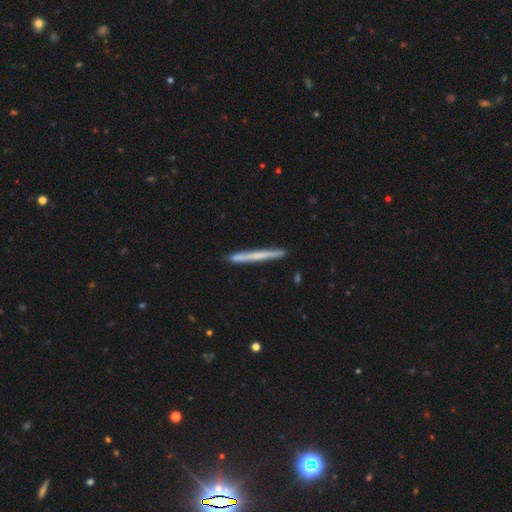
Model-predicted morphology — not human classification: The model was most divided on "smooth or featured": smooth: 51%, featured or disk: 43%, star or artifact: 6%. More confident: how rounded — cigar-shaped (97%); merging — none (90%).